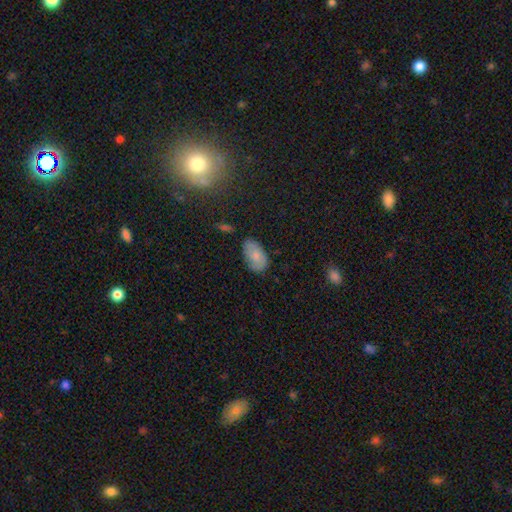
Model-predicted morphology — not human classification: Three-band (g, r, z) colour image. It shows a smooth galaxy with no disk features (77%) that is in between round and cigar-shaped (94%). Merging: none (69%).